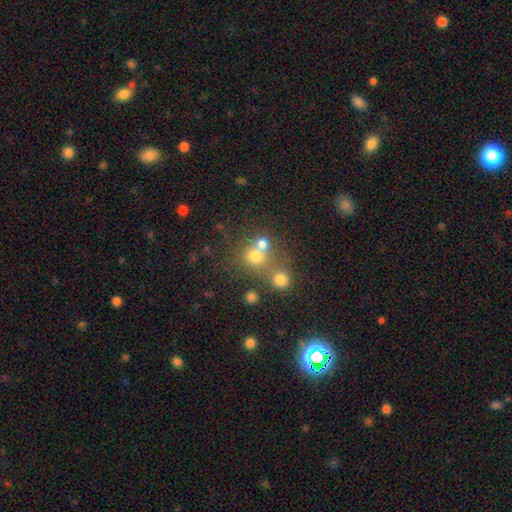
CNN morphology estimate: A smooth galaxy with no disk features (69%) that is round (85%).

Vote fractions:
- Smooth or featured? smooth: 69% / star or artifact: 18% / featured or disk: 13%
- How rounded? round: 85% / in between: 14% / cigar-shaped: 1%
- Merging? none: 46% / merger: 42% / minor disturbance: 7% / major disturbance: 4%